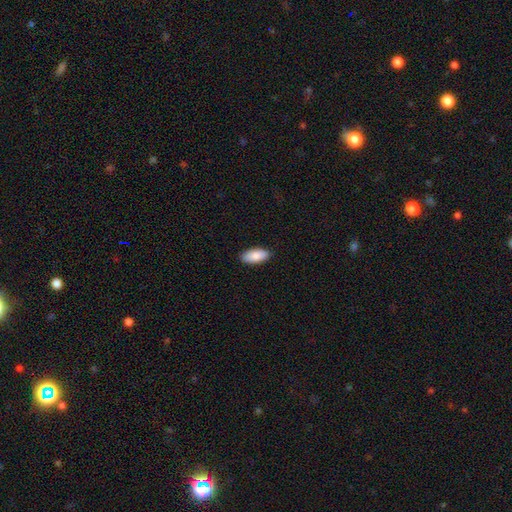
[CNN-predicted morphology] The model was most divided on "smooth or featured": smooth: 87%, featured or disk: 7%, star or artifact: 6%. More confident: how rounded — in between (90%); merging — none (89%).